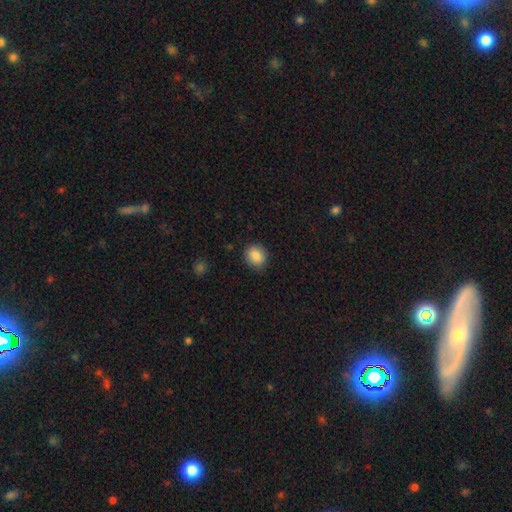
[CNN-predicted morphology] smooth_or_featured: smooth (p=0.87) [alt: star or artifact p=0.09]
how_rounded: round (p=0.81) [alt: in between p=0.18]
merging: none (p=0.87) [alt: minor disturbance p=0.09]